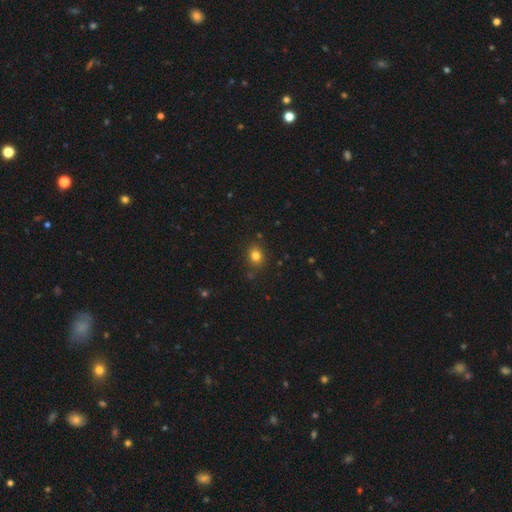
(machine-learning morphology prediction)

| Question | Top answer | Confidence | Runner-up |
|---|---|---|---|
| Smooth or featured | smooth | 80% | star or artifact (14%) |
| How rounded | round | 68% | in between (31%) |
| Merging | none | 85% | minor disturbance (10%) |